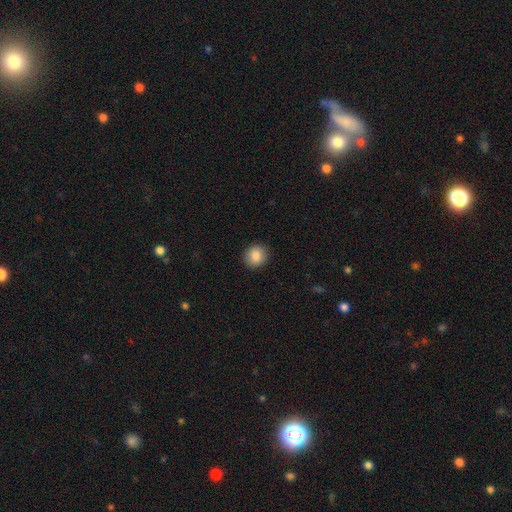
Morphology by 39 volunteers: Smooth or featured? 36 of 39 (92%) said smooth. How rounded? 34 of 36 (94%) said round. Merging? 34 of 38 (89%) said none.